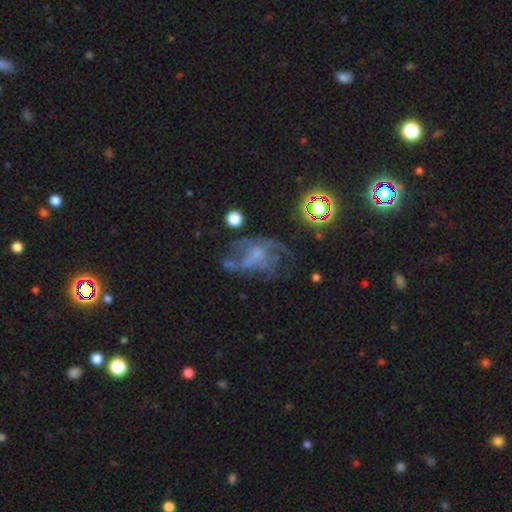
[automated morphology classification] The model was most divided on "spiral arms" (2-way tie): yes: 50%, no: 50%. Remaining: edge-on disk — no (97%); bar — no (75%); smooth or featured — featured or disk (59%); bulge size — small (44%); merging — none (37%).